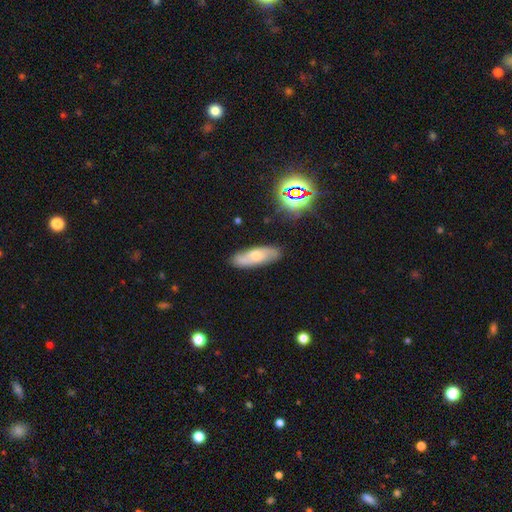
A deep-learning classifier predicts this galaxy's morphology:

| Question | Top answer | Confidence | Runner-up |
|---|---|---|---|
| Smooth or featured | smooth | 45% | tied: featured or disk (45%) |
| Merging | none | 79% | minor disturbance (15%) |